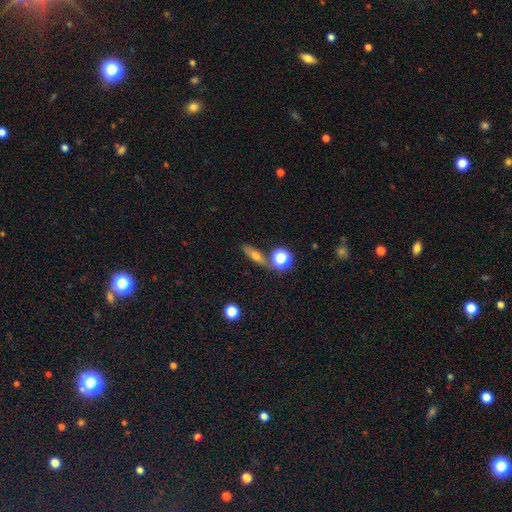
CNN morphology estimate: smooth 49%, featured or disk 37%, star or artifact 14%. Down the decision tree: merging — none (74%).